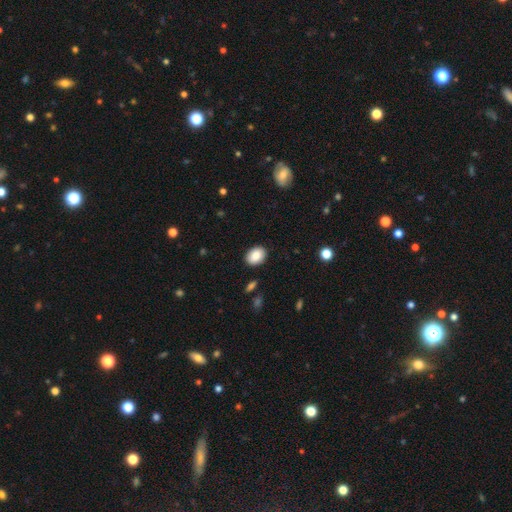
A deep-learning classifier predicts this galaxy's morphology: A smooth galaxy with no disk features (87%) that is in between round and cigar-shaped (71%). Merging: none (89%).